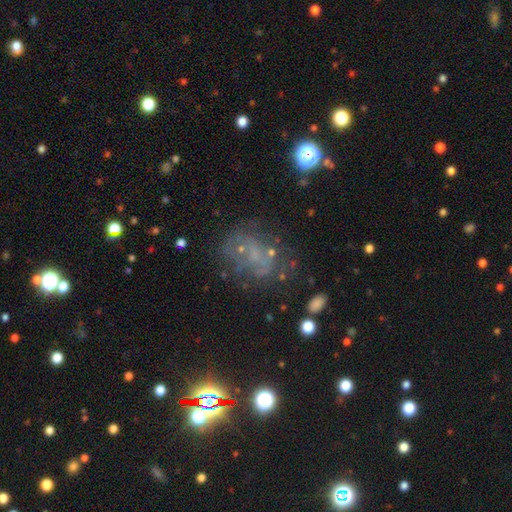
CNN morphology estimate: smooth_or_featured: featured or disk (p=0.44) [alt: star or artifact p=0.28]
merging: none (p=0.49) [alt: major disturbance p=0.23]